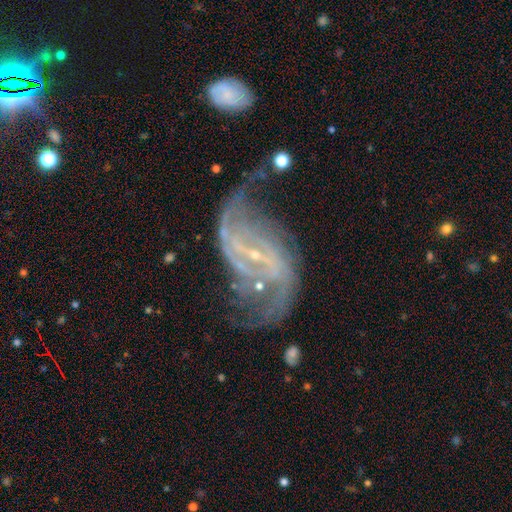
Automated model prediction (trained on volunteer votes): smooth-or-featured: featured or disk: 89% | star or artifact: 7% | smooth: 4%
  disk-edge-on: no: 97% | yes: 3%
    bar: strong: 43% | weak: 38% | no: 19%
    has-spiral-arms: yes: 96% | no: 4%
      spiral-winding: loose: 58% | medium: 31% | tight: 11%
      spiral-arm-count: 2: 84% | can't tell: 6% | 3: 4% | 1: 3% | 4: 2% | more than 4: 2%
    bulge-size: small: 83% | moderate: 9% | none: 6% | large: 1% | dominant: 1%
  merging: none: 48% | major disturbance: 24% | minor disturbance: 20% | merger: 8%